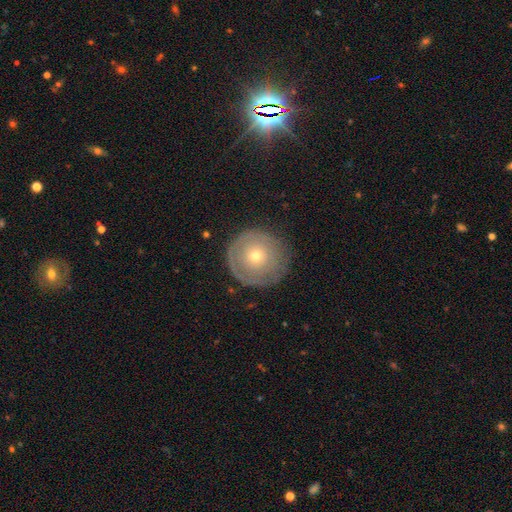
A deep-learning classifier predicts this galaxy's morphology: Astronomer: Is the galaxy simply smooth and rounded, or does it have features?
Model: smooth — 46% (runner-up: featured or disk, 45%).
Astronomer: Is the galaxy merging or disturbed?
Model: none — 81%.